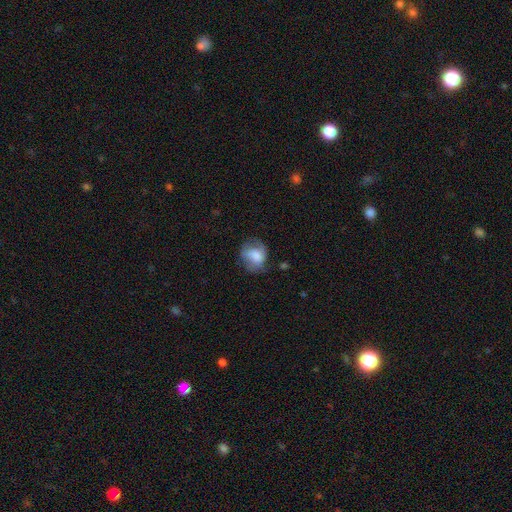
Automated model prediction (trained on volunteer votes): A smooth galaxy with no disk features (58%) that is round (57%).

Vote fractions:
- Smooth or featured? smooth: 58% / featured or disk: 34% / star or artifact: 8%
- How rounded? round: 57% / in between: 41% / cigar-shaped: 1%
- Merging? none: 52% / minor disturbance: 27% / major disturbance: 18% / merger: 2%